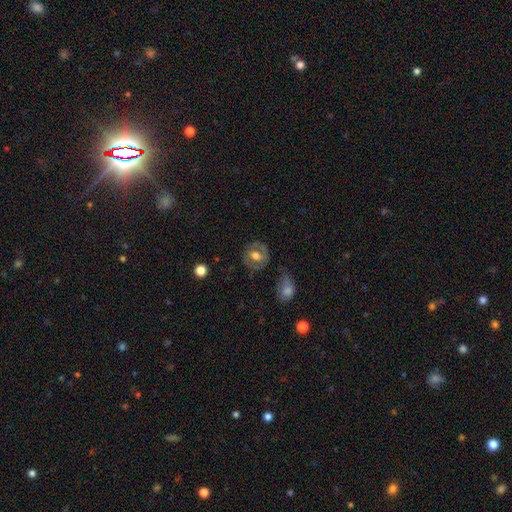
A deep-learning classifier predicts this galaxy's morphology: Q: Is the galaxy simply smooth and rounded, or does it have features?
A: smooth — 47%.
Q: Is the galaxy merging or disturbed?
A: none — 75%.